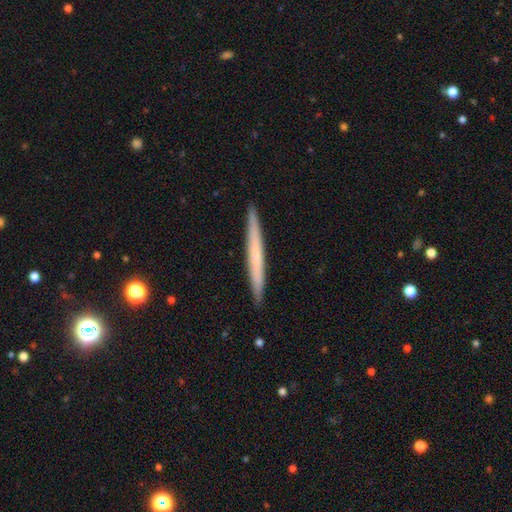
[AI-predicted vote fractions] Overall: smooth (51%; featured or disk 43%). How rounded: cigar-shaped (97%). Merging: none (92%).